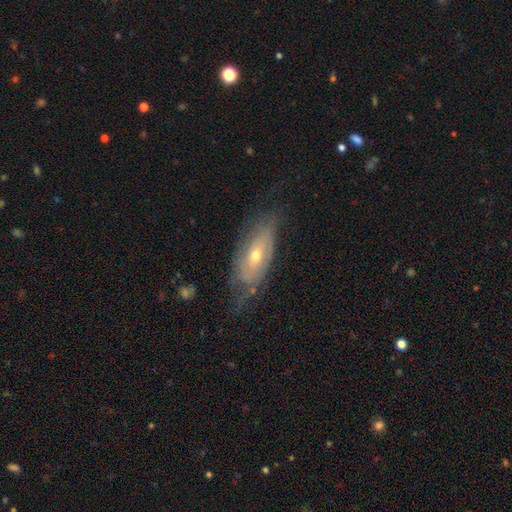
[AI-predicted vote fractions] smooth-or-featured: featured or disk: 64% | smooth: 28% | star or artifact: 8%
  disk-edge-on: no: 77% | yes: 23%
  merging: none: 58% | minor disturbance: 28% | major disturbance: 12% | merger: 2%